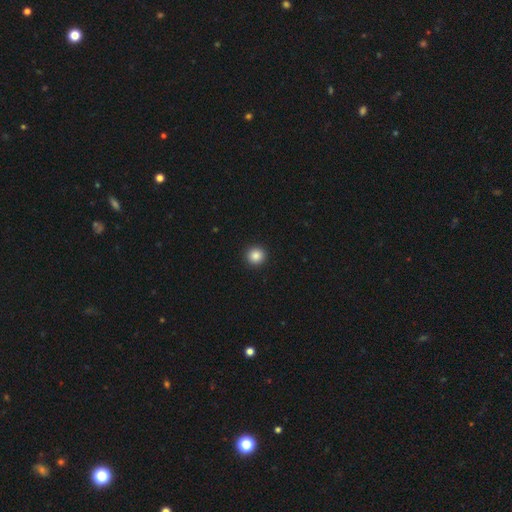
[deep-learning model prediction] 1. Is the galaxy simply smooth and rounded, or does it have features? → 86% smooth, 10% star or artifact, 4% featured or disk.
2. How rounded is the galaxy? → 94% round, 5% in between, 1% cigar-shaped.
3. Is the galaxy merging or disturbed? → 94% none, 4% minor disturbance, 2% major disturbance, 1% merger.